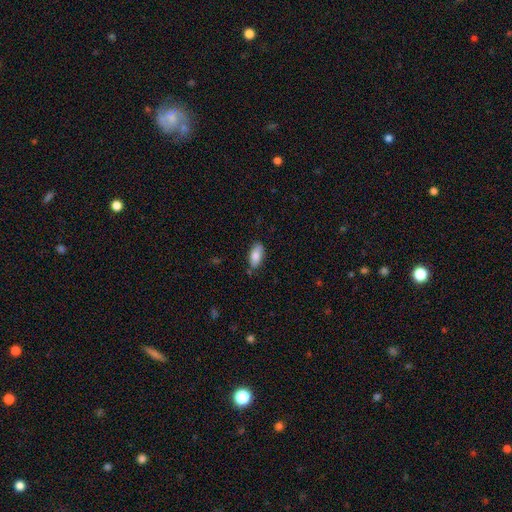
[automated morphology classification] A smooth galaxy with no disk features (85%) that is in between round and cigar-shaped (88%). Merging: none (75%).